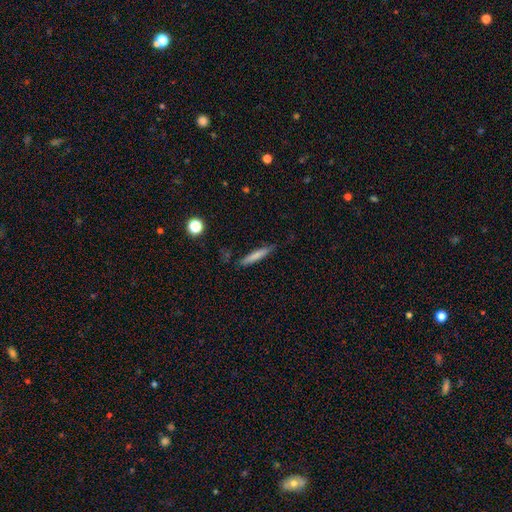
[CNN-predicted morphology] Smooth or featured? Predicted: smooth (p=0.74). How rounded? Predicted: cigar-shaped (p=0.92). Merging? Predicted: none (p=0.84).